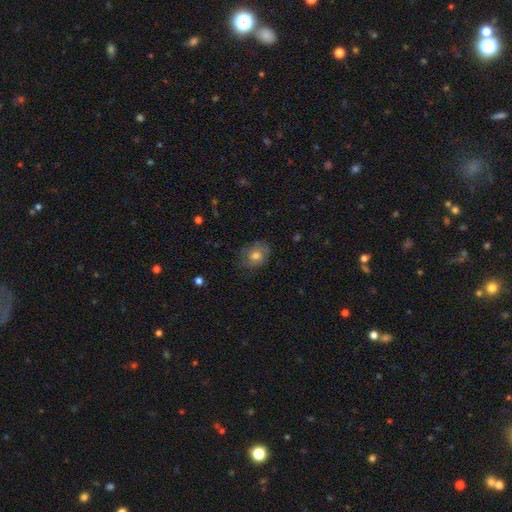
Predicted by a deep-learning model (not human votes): smooth_or_featured: smooth (p=0.61) [alt: featured or disk p=0.30]
how_rounded: in between (p=0.58) [alt: round p=0.41]
merging: none (p=0.69) [alt: minor disturbance p=0.22]